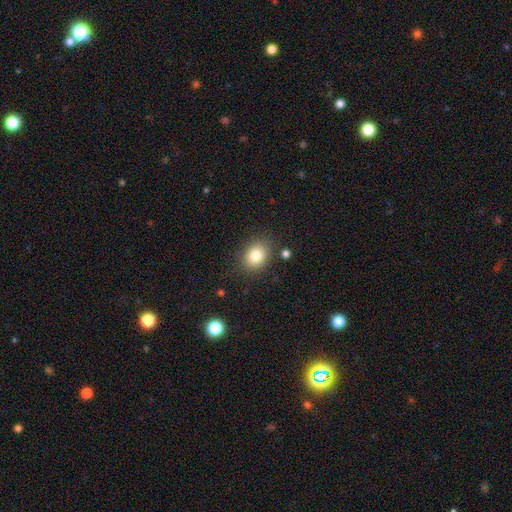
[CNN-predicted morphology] smooth-or-featured: smooth: 82% | star or artifact: 10% | featured or disk: 8%
  how-rounded: in between: 52% | round: 47% | cigar-shaped: 1%
  merging: none: 83% | minor disturbance: 11% | major disturbance: 4% | merger: 3%